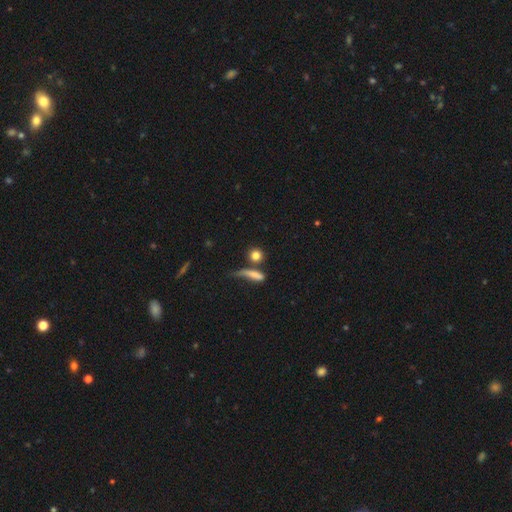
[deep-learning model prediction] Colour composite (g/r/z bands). It shows a smooth galaxy with no disk features (79%) that is round (77%). Merging: none (60%).